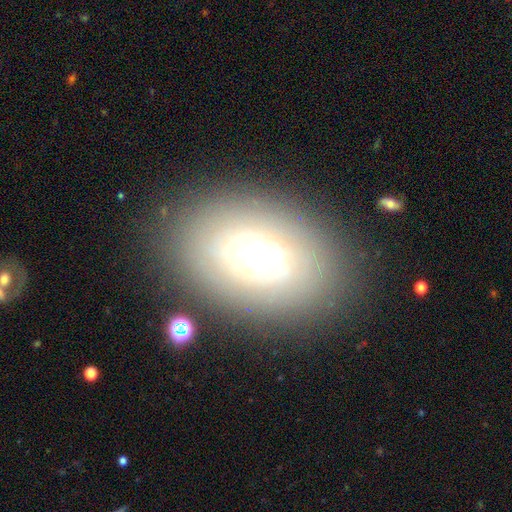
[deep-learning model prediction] Overall: featured or disk (45%; smooth 42%). Merging: none (81%).